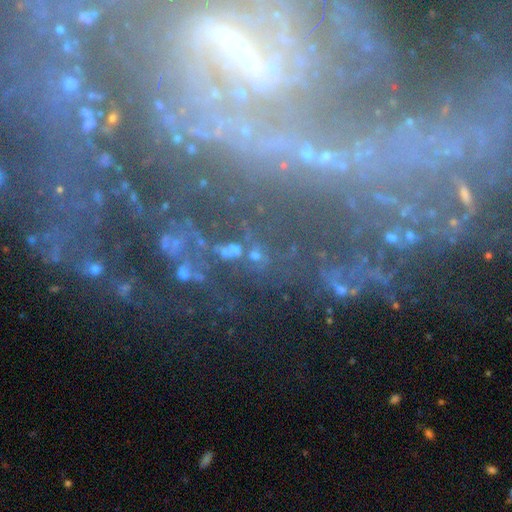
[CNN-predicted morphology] This appears to be a star or artifact, not a galaxy (45%).